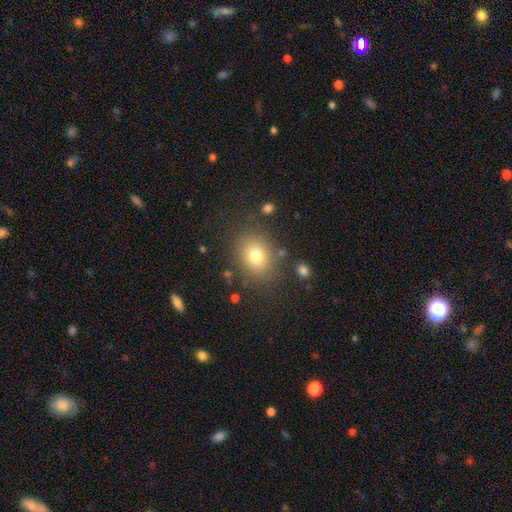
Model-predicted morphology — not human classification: Smooth or featured? smooth (76%)
How rounded? round (52%)
Merging? none (81%)